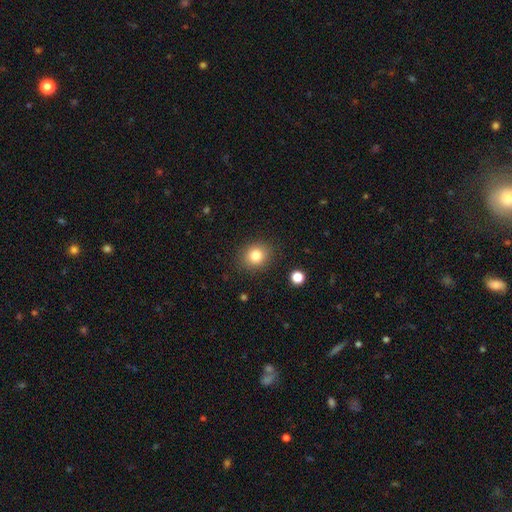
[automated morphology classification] smooth-or-featured: smooth: 82% | star or artifact: 11% | featured or disk: 7%
  how-rounded: round: 75% | in between: 24% | cigar-shaped: 1%
  merging: none: 88% | minor disturbance: 8% | major disturbance: 3% | merger: 1%